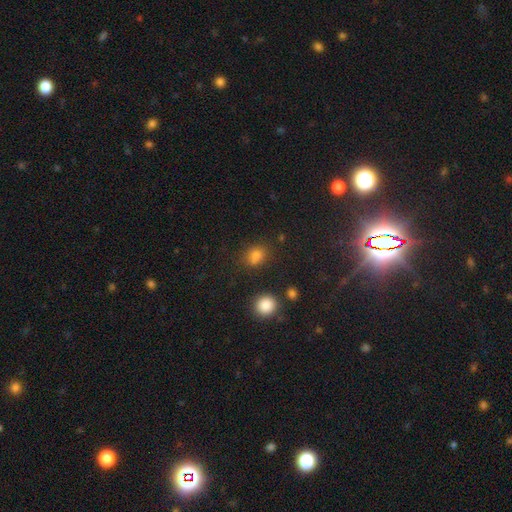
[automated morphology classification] Smooth or featured?
  - smooth: 77% *
  - star or artifact: 17%
  - featured or disk: 6%
How rounded?
  - in between: 52% *
  - round: 47%
  - cigar-shaped: 2%
Merging?
  - none: 68% *
  - minor disturbance: 17%
  - merger: 9%
  - major disturbance: 6%